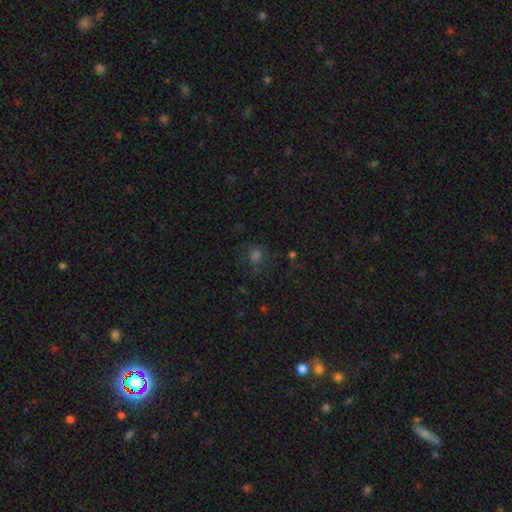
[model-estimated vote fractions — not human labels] Q: Smooth or featured?
A: smooth (56%); runner-up: star or artifact (32%)
Q: How rounded?
A: round (76%); runner-up: in between (23%)
Q: Merging?
A: none (68%); runner-up: minor disturbance (17%)